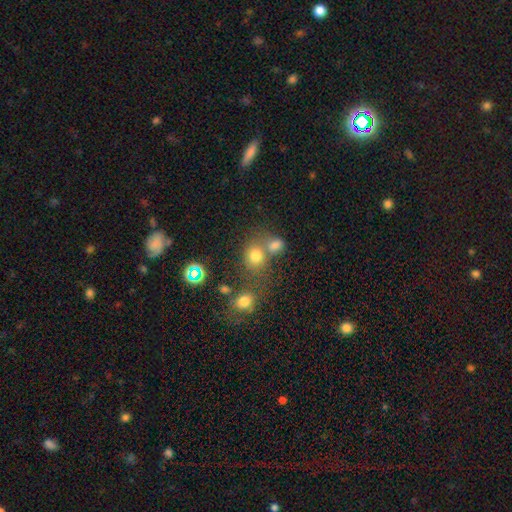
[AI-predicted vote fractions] Smooth or featured: smooth — 71% (star or artifact — 19%)
How rounded: round — 69% (in between — 30%)
Merging: none — 51% (merger — 34%)